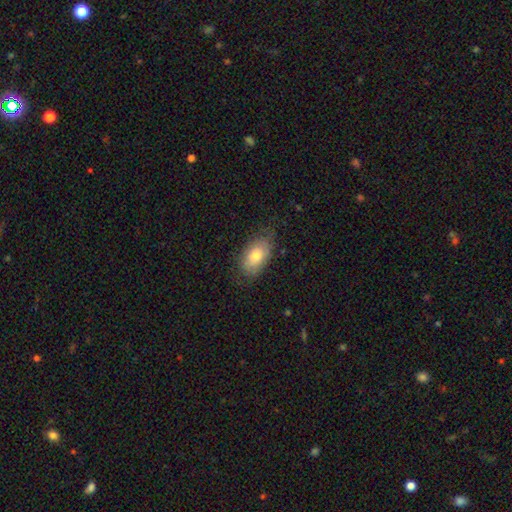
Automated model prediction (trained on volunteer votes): Q: Smooth or featured?
A: smooth (76%); runner-up: featured or disk (17%)
Q: How rounded?
A: in between (91%); runner-up: round (6%)
Q: Merging?
A: none (73%); runner-up: minor disturbance (21%)